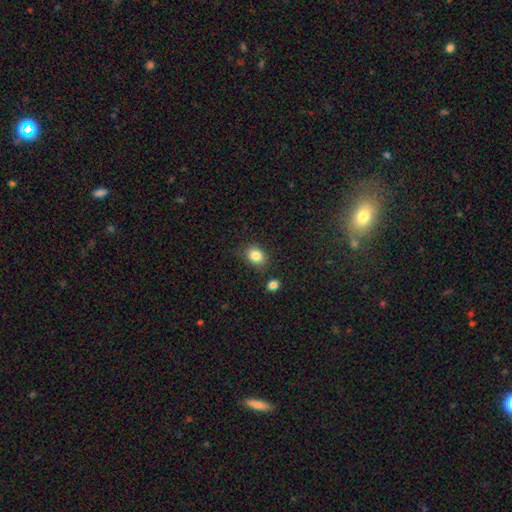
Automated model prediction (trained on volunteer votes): The model was most divided on "how rounded": round: 52%, in between: 47%, cigar-shaped: 1%. More confident: smooth or featured — smooth (84%); merging — none (80%).